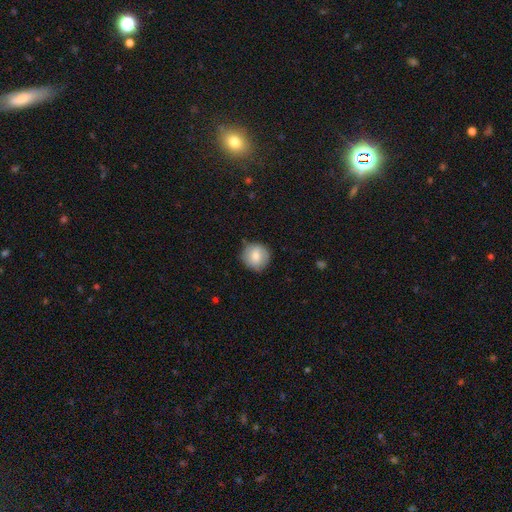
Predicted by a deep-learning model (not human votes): Smooth or featured? smooth (75%)
How rounded? round (92%)
Merging? none (82%)